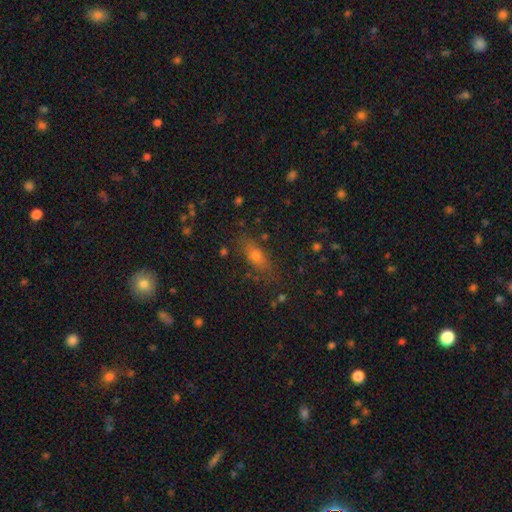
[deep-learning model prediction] Smooth or featured? smooth (62%)
How rounded? in between (65%)
Merging? none (77%)